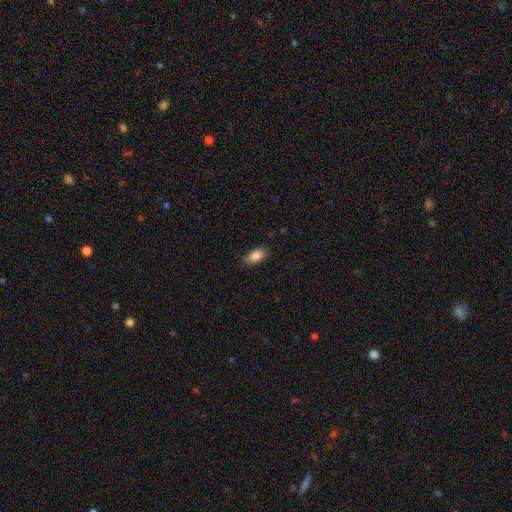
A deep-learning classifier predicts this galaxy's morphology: Overall: smooth (86%). How rounded: in between (91%). Merging: none (86%).